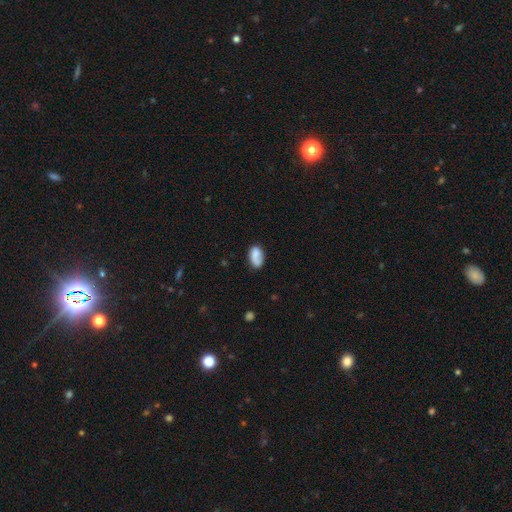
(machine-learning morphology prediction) Smooth or featured?
  - smooth: 73% *
  - featured or disk: 19%
  - star or artifact: 8%
How rounded?
  - in between: 89% *
  - round: 9%
  - cigar-shaped: 2%
Merging?
  - none: 59% *
  - minor disturbance: 24%
  - major disturbance: 10%
  - merger: 6%